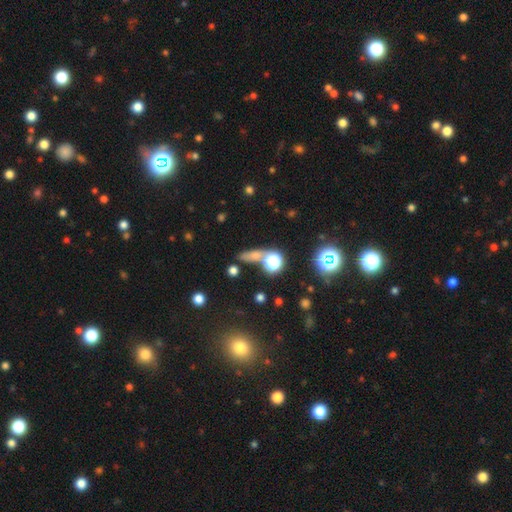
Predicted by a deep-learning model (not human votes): This appears to be a smooth galaxy with no disk features (54%) that is cigar-shaped (40%). Merging: none (61%).